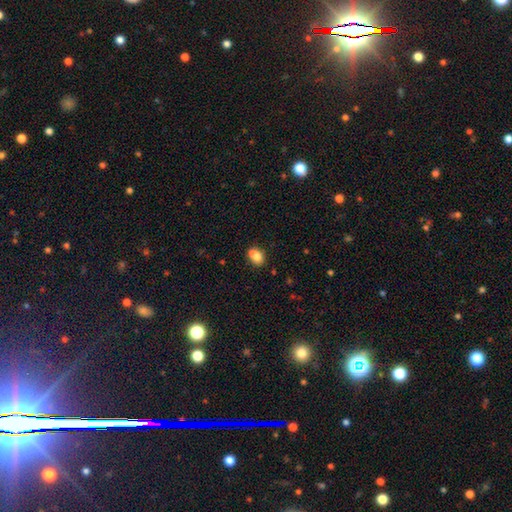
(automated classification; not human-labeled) smooth_or_featured: smooth (p=0.76) [alt: featured or disk p=0.14]
how_rounded: in between (p=0.65) [alt: round p=0.33]
merging: merger (p=0.44) [alt: none p=0.39]